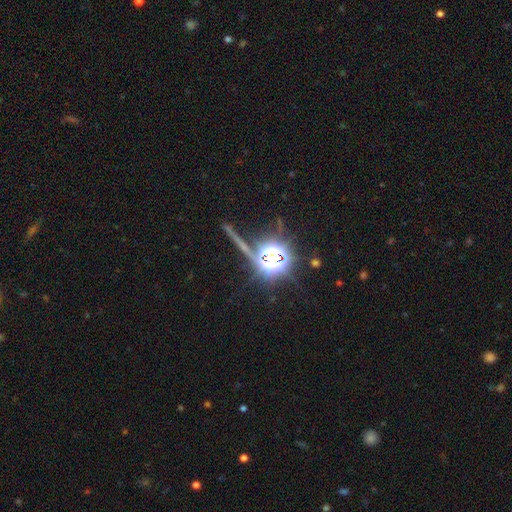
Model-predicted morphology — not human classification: A star or artifact, not a galaxy (78%).

Vote fractions:
- Smooth or featured? star or artifact: 78% / smooth: 13% / featured or disk: 9%